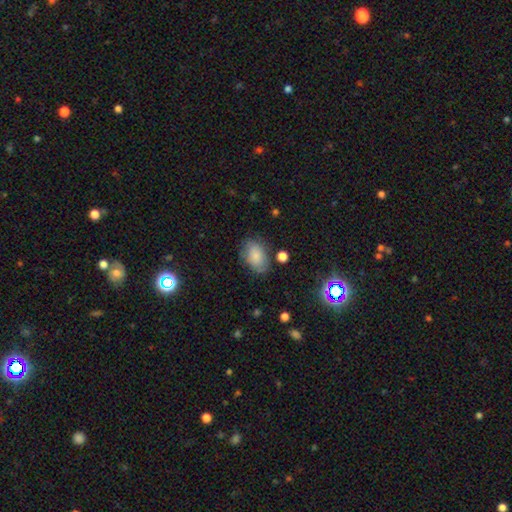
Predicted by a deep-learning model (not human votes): A smooth galaxy with no disk features (80%) that is in between round and cigar-shaped (87%). Merging: none (71%).